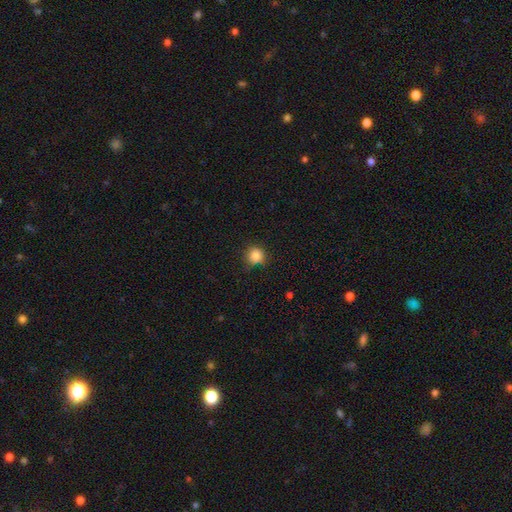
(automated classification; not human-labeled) Smooth or featured: smooth — 85% (star or artifact — 11%)
How rounded: round — 91% (in between — 8%)
Merging: none — 79% (minor disturbance — 16%)